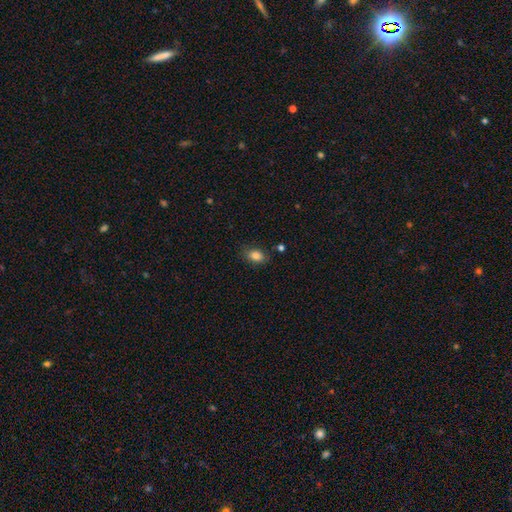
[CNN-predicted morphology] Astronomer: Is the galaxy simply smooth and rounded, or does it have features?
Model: smooth — 84%.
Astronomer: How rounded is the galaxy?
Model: in between — 81%.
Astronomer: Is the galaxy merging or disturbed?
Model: none — 79%.